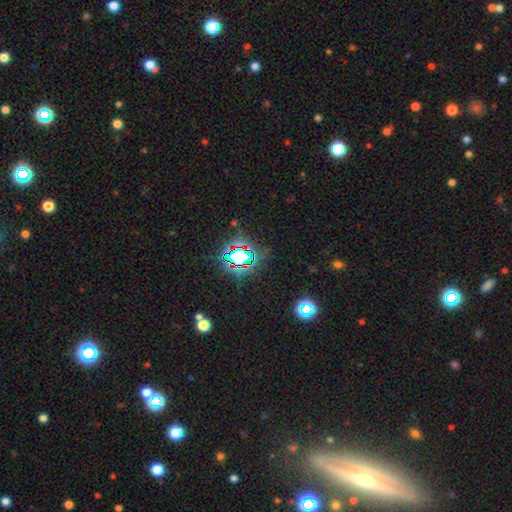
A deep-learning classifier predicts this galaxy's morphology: Smooth or featured?
  - star or artifact: 80% *
  - smooth: 13%
  - featured or disk: 8%